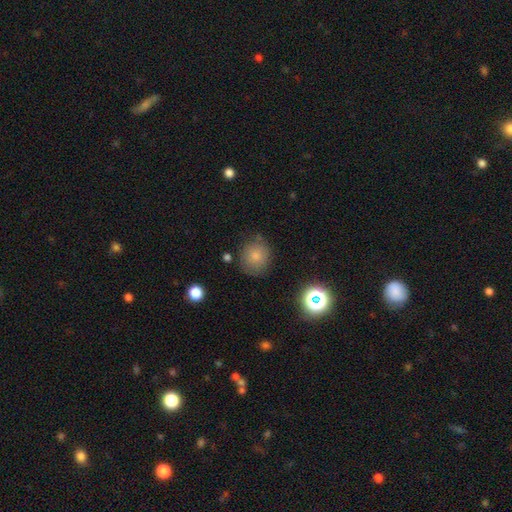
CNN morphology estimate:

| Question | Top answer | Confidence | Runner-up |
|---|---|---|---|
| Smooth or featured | smooth | 80% | star or artifact (12%) |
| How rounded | round | 85% | in between (14%) |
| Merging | none | 78% | minor disturbance (15%) |